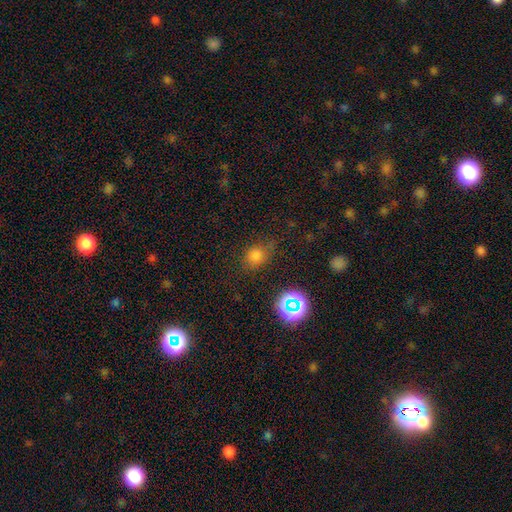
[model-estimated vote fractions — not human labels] A smooth galaxy with no disk features (72%) that is round (61%). Merging: none (70%).